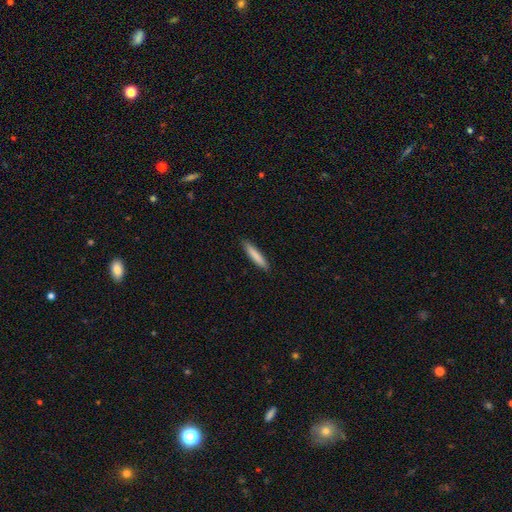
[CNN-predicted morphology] smooth_or_featured: smooth (p=0.83) [alt: featured or disk p=0.11]
how_rounded: cigar-shaped (p=0.90) [alt: in between p=0.08]
merging: none (p=0.90) [alt: minor disturbance p=0.07]